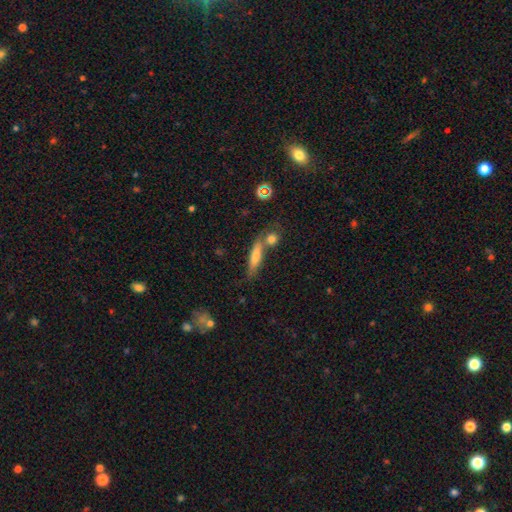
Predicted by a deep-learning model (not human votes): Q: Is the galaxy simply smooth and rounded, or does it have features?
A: smooth — 60%.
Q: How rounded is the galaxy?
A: cigar-shaped — 78%.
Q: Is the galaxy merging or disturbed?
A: none — 60%.